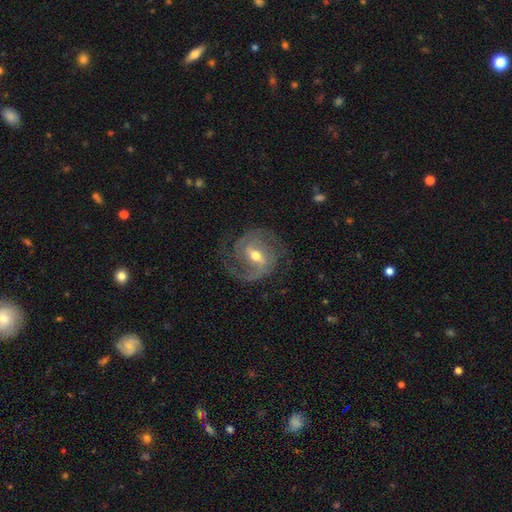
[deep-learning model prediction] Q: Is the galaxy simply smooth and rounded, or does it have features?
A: featured or disk — 88%.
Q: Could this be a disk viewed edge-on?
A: no — 97%.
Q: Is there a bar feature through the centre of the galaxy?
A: weak — 48%.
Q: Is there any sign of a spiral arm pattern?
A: yes — 96%.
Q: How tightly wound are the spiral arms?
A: medium — 52%.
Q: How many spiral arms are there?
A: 2 — 78%.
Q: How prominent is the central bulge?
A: moderate — 68%.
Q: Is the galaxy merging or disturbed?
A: none — 72%.